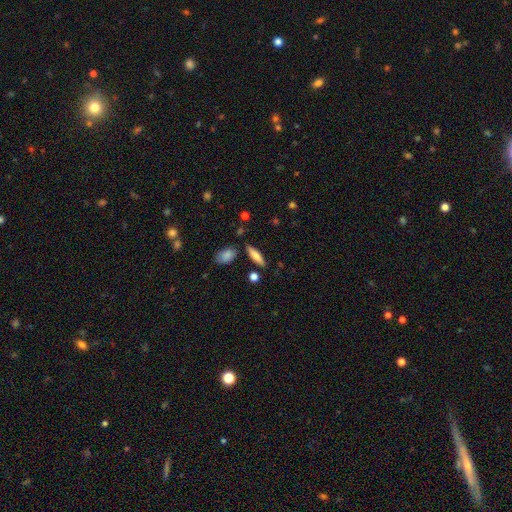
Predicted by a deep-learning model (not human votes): Smooth or featured: smooth — 68% (featured or disk — 25%)
How rounded: cigar-shaped — 63% (in between — 35%)
Merging: none — 82% (minor disturbance — 11%)